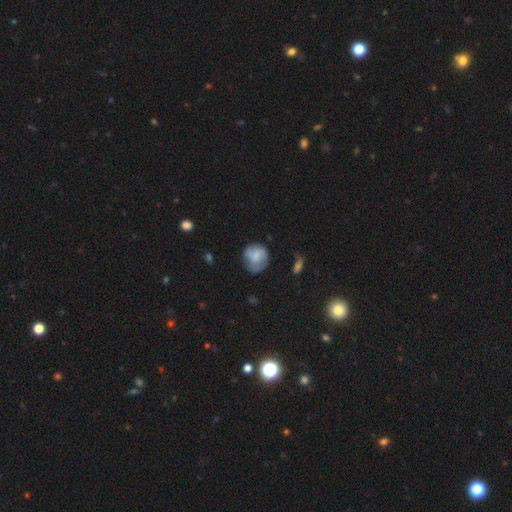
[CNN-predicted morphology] The model was most divided on "smooth or featured": smooth: 57%, featured or disk: 35%, star or artifact: 8%. More confident: how rounded — round (75%); merging — none (53%).